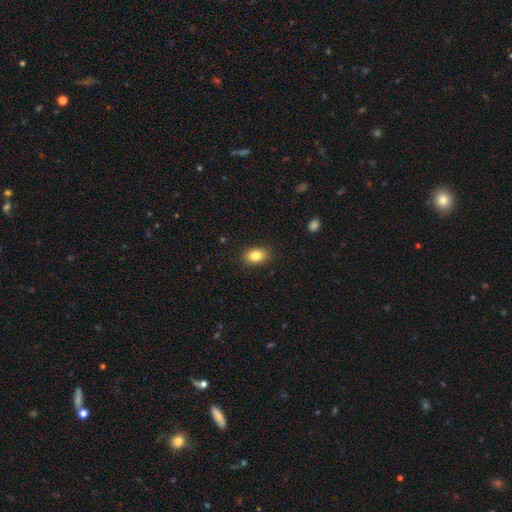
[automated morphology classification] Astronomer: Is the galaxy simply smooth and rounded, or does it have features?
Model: smooth — 83%.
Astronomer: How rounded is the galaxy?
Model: in between — 83%.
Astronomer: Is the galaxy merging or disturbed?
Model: none — 88%.